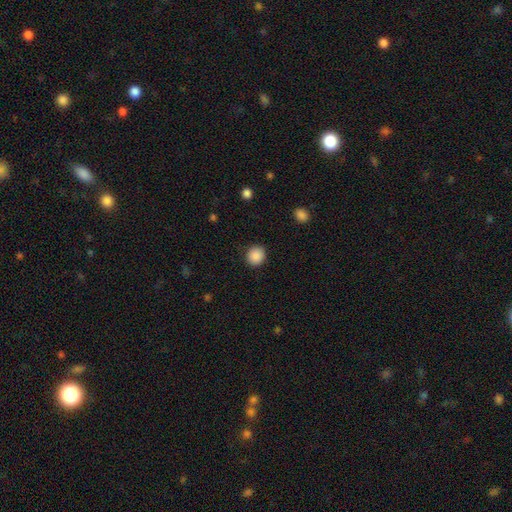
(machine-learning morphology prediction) smooth-or-featured: smooth: 89% | star or artifact: 8% | featured or disk: 3%
  how-rounded: round: 88% | in between: 11% | cigar-shaped: 1%
  merging: none: 91% | minor disturbance: 6% | major disturbance: 2% | merger: 1%